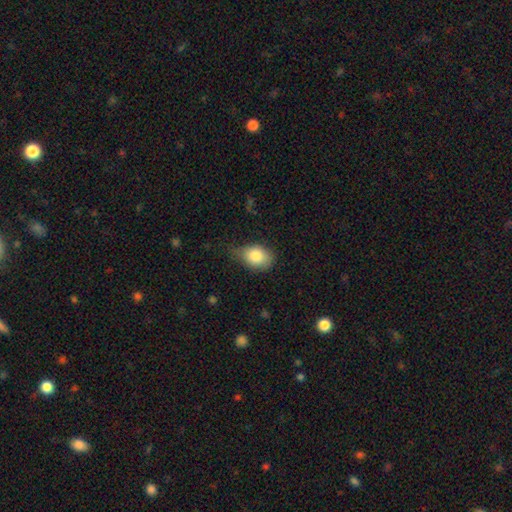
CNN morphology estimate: type=smooth (82%); roundness=in between (68%); merging=none (50%).